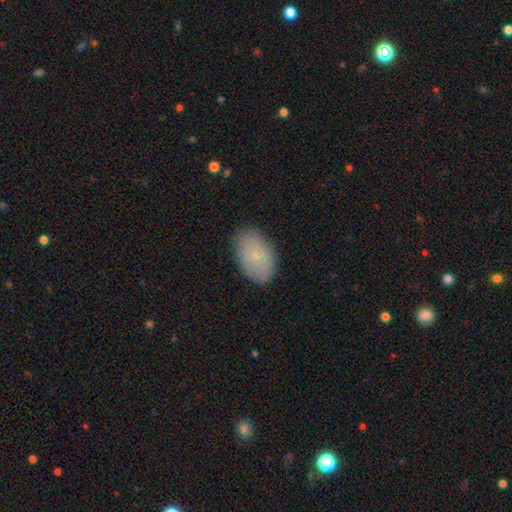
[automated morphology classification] This is likely a smooth galaxy (74%). How rounded: clearly in between (90%). Merging: clearly none (84%).